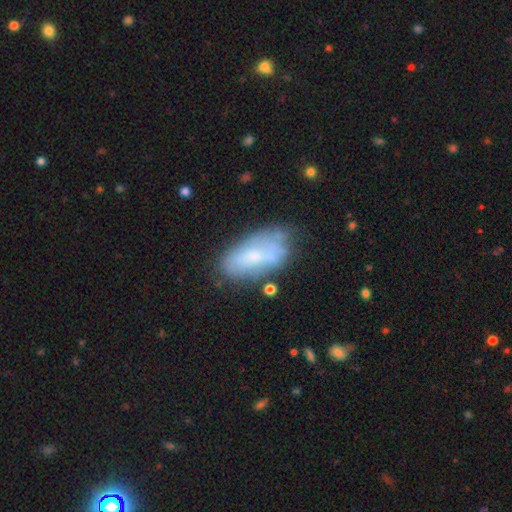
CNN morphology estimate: Q: Smooth or featured?
A: smooth (60%); runner-up: featured or disk (31%)
Q: How rounded?
A: in between (90%); runner-up: cigar-shaped (7%)
Q: Merging?
A: none (53%); runner-up: minor disturbance (28%)